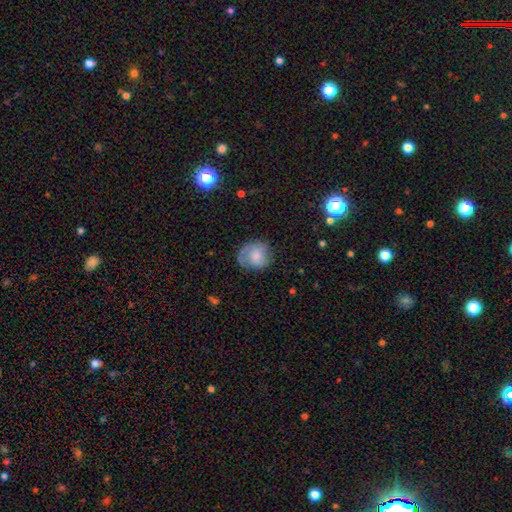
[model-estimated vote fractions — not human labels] Smooth or featured?
  - smooth: 53% *
  - featured or disk: 39%
  - star or artifact: 8%
How rounded?
  - round: 75% *
  - in between: 24%
  - cigar-shaped: 1%
Merging?
  - none: 63% *
  - minor disturbance: 24%
  - major disturbance: 12%
  - merger: 2%